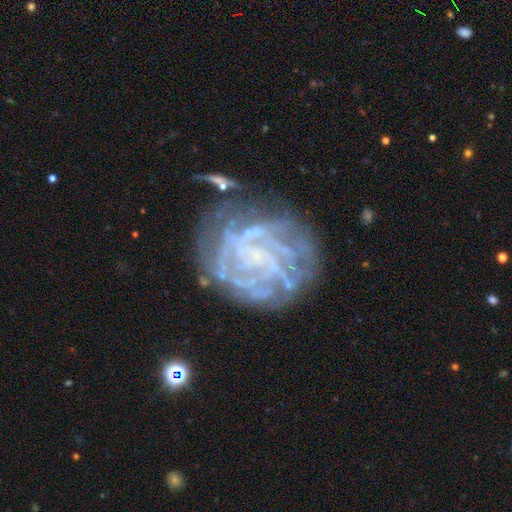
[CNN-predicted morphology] featured or disk 81%, smooth 10%, star or artifact 9%. Down the decision tree: edge-on disk — no (98%); bar — no (71%); spiral arms — yes (84%); spiral arm count — can't tell (41%); spiral winding — tight (70%); bulge size — none (48%); merging — none (61%).